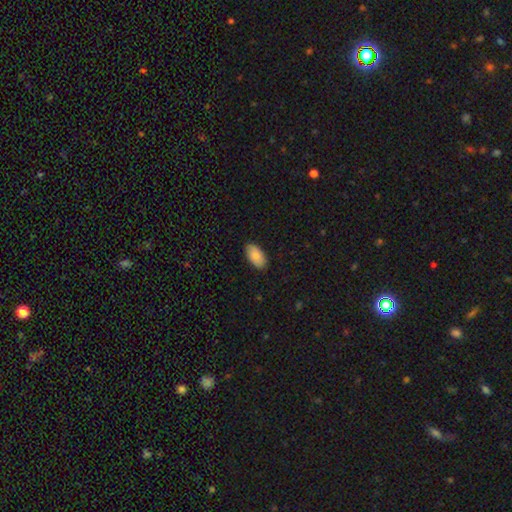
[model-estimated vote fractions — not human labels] The model was most divided on "merging": none: 87%, minor disturbance: 10%, major disturbance: 2%, merger: 1%. More confident: how rounded — in between (95%); smooth or featured — smooth (85%).